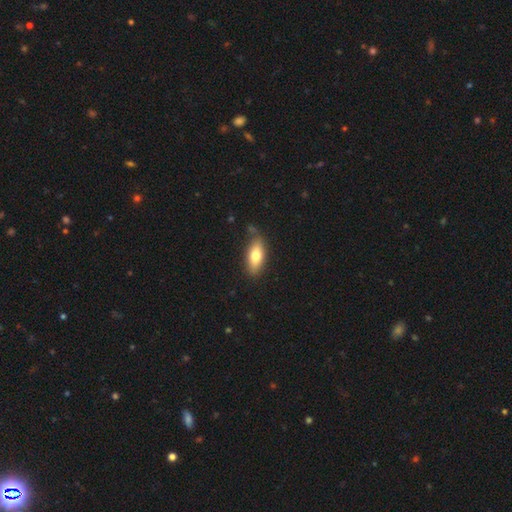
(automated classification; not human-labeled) Overall: smooth (72%). How rounded: in between (80%). Merging: none (76%).